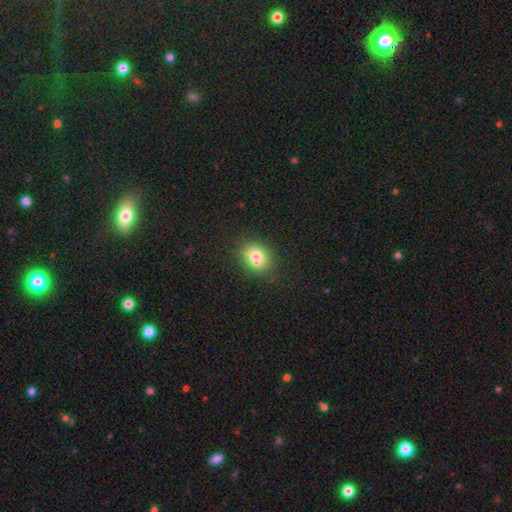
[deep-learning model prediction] Q: Smooth or featured?
A: smooth (74%); runner-up: star or artifact (13%)
Q: How rounded?
A: round (55%); runner-up: in between (43%)
Q: Merging?
A: none (61%); runner-up: merger (22%)